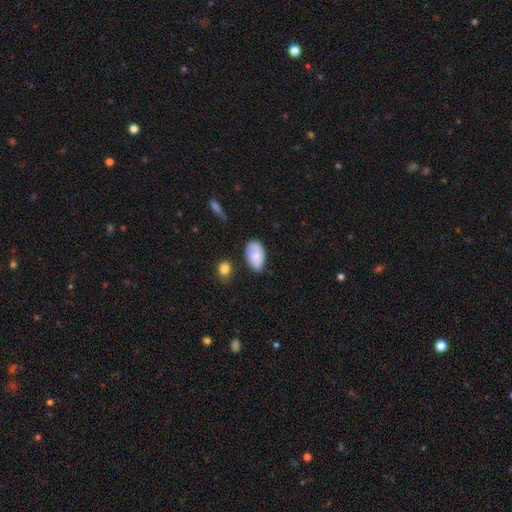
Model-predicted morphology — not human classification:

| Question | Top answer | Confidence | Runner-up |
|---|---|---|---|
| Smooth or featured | smooth | 73% | featured or disk (20%) |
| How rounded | in between | 93% | round (5%) |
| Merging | none | 70% | minor disturbance (22%) |